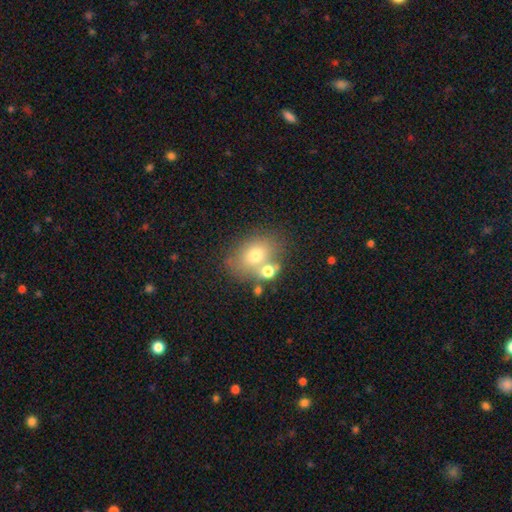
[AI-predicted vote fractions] This is likely a smooth galaxy (67%). How rounded: likely in between (61%). Merging: likely none (60%).